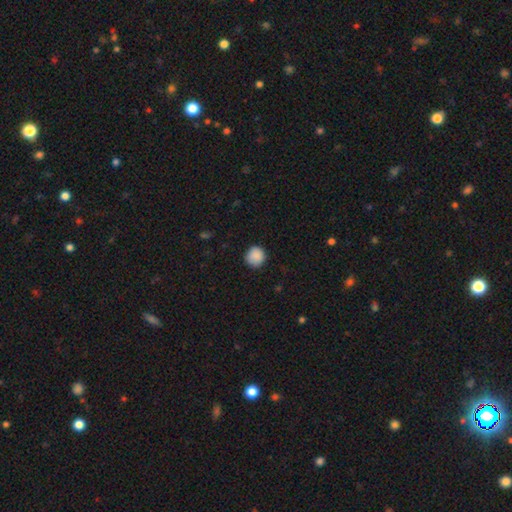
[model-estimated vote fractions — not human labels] The model was most divided on "merging": none: 89%, minor disturbance: 8%, major disturbance: 2%, merger: 1%. More confident: how rounded — round (93%); smooth or featured — smooth (89%).